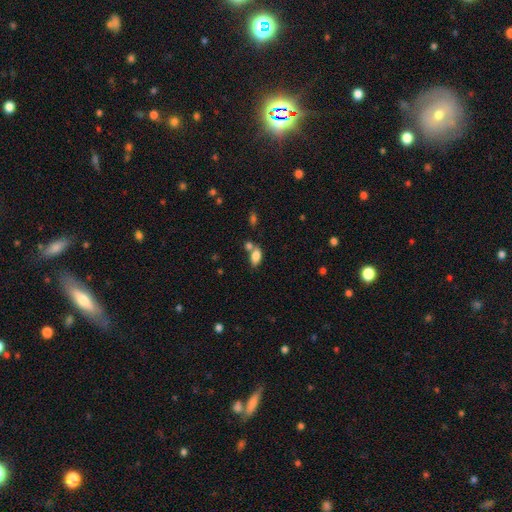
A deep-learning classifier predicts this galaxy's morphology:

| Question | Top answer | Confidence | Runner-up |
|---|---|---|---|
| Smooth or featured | smooth | 82% | featured or disk (9%) |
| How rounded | in between | 91% | round (5%) |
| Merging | none | 49% | merger (33%) |